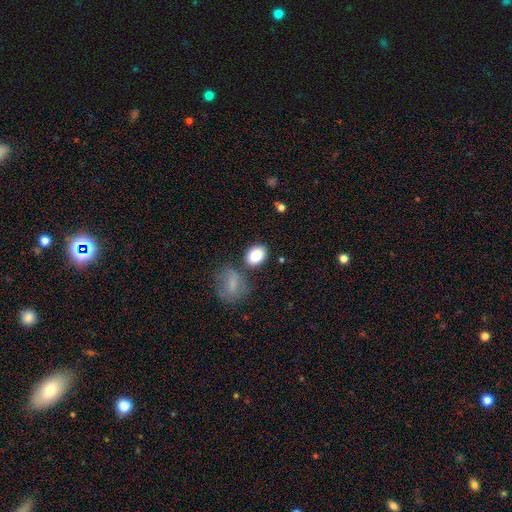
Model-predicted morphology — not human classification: type=smooth (85%); roundness=in between (73%); merging=none (70%).